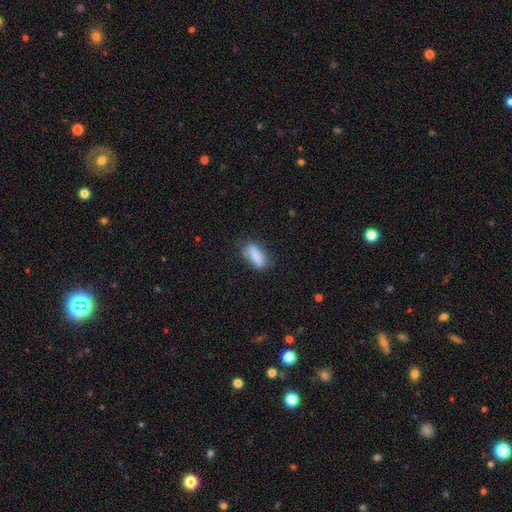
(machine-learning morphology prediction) Q: Smooth or featured?
A: smooth (80%); runner-up: featured or disk (12%)
Q: How rounded?
A: in between (64%); runner-up: cigar-shaped (33%)
Q: Merging?
A: none (64%); runner-up: minor disturbance (24%)